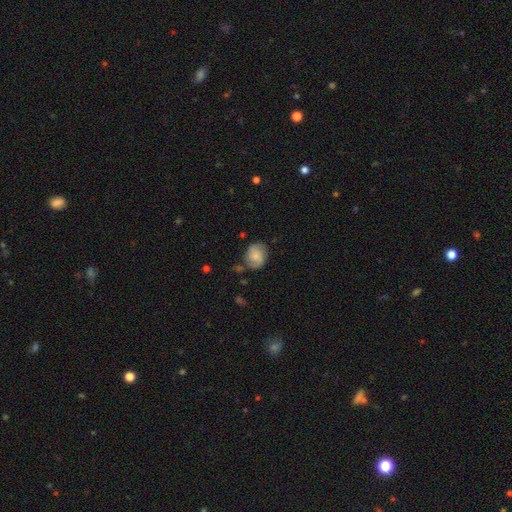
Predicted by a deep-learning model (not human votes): Smooth or featured? featured or disk (46%)
Merging? none (66%)